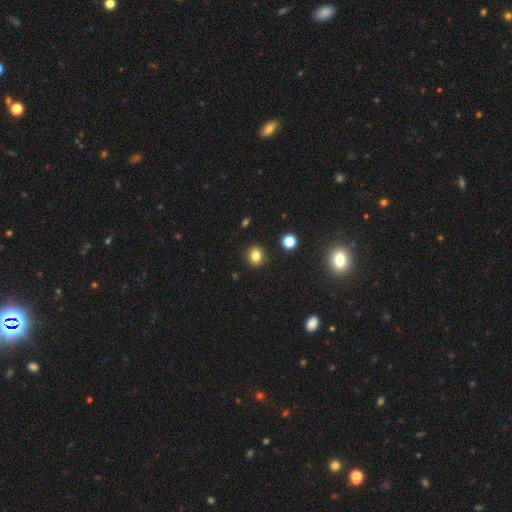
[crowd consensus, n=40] Smooth or featured? 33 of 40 (82%) said smooth. How rounded? 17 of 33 (52%) said in between. Merging? 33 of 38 (87%) said none.